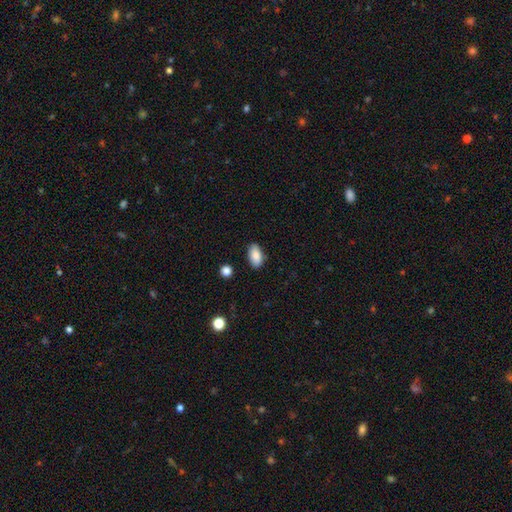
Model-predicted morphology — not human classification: The model was most divided on "merging": none: 84%, minor disturbance: 12%, major disturbance: 2%, merger: 2%. More confident: how rounded — in between (93%); smooth or featured — smooth (87%).